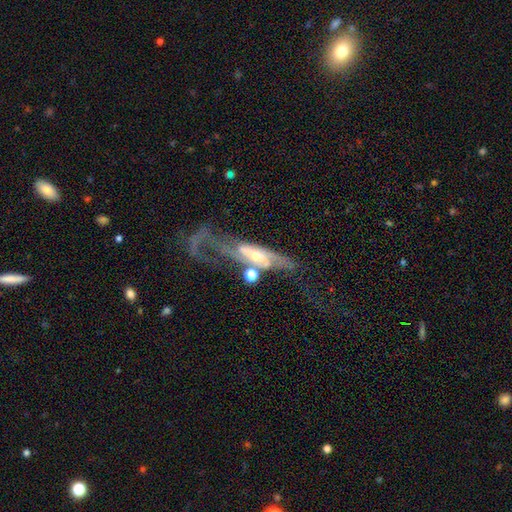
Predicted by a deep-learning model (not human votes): A featured or disk galaxy (75%) with no bar (43%), spiral arms (83%) and a moderate central bulge (48%). Merging: major disturbance (38%).